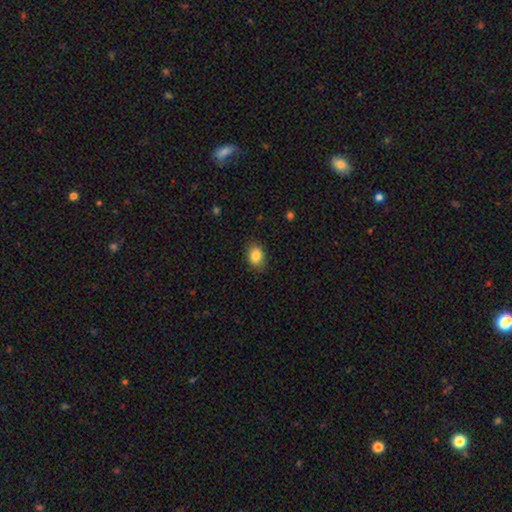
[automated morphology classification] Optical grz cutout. It shows a smooth galaxy with no disk features (85%) that is in between round and cigar-shaped (66%). Merging: none (85%).